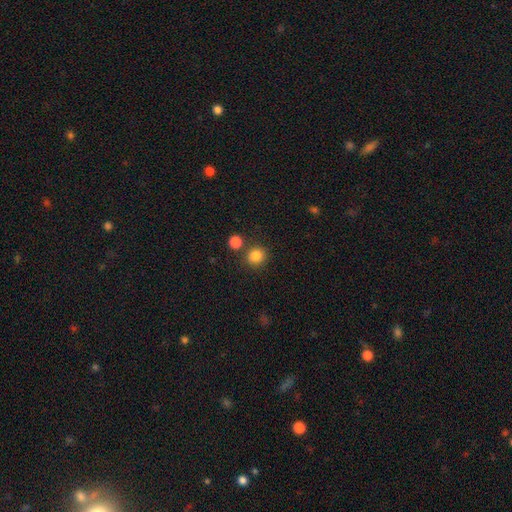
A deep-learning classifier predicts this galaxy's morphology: Overall: smooth (84%). How rounded: round (88%). Merging: none (79%).